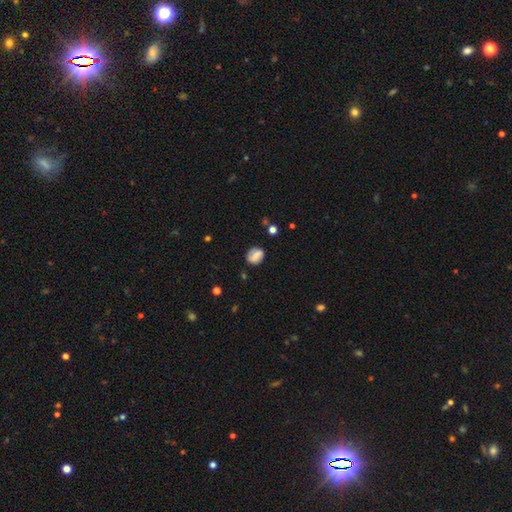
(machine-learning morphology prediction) The model was most divided on "how rounded": round: 54%, in between: 44%, cigar-shaped: 2%. More confident: merging — none (76%); smooth or featured — smooth (66%).